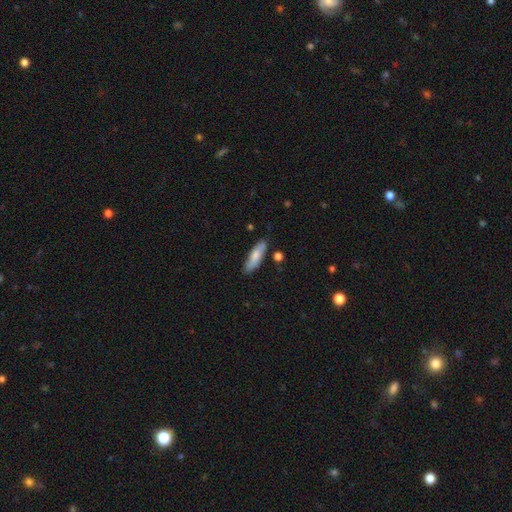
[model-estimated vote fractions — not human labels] This appears to be a smooth galaxy with no disk features (74%) that is cigar-shaped (59%). Merging: none (82%).